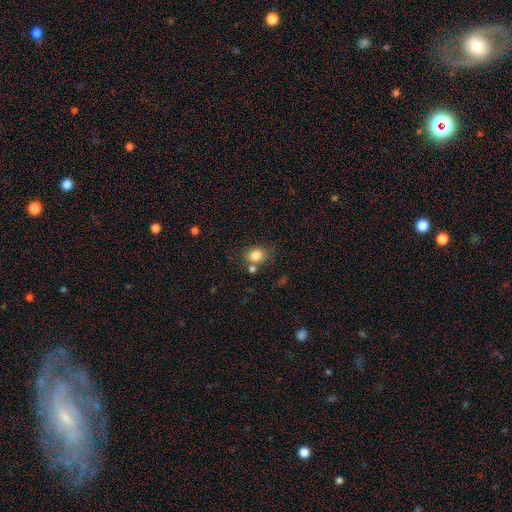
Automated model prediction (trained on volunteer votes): The model was most divided on "how rounded": round: 61%, in between: 38%, cigar-shaped: 1%. More confident: smooth or featured — smooth (83%); merging — none (63%).